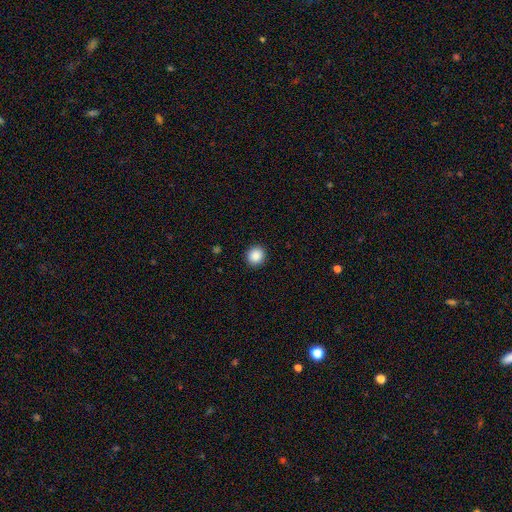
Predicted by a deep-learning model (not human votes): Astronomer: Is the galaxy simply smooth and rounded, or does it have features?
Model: smooth — 88%.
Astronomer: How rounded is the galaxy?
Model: round — 87%.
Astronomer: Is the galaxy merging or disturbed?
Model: none — 92%.